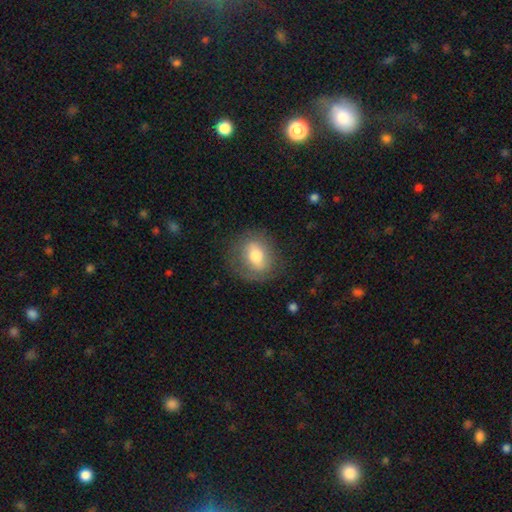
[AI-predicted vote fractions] This appears to be a smooth galaxy with no disk features (57%) that is round (59%). Merging: none (77%).